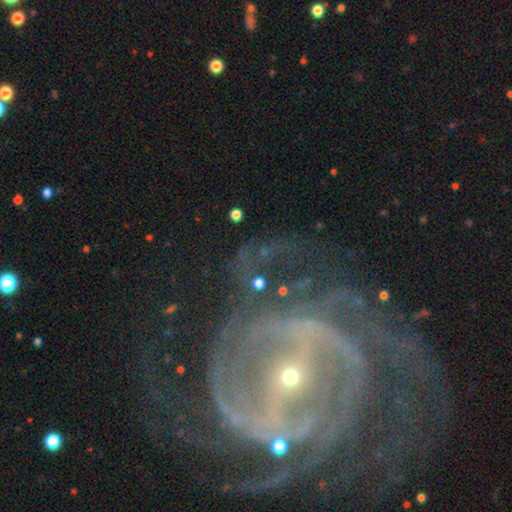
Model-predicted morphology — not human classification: Smooth or featured?
  - featured or disk: 88% *
  - star or artifact: 8%
  - smooth: 4%
Edge-on disk?
  - no: 96% *
  - yes: 4%
Bar?
  - strong: 59% *
  - weak: 24%
  - no: 17%
Spiral arms?
  - yes: 95% *
  - no: 5%
Spiral winding?
  - tight: 57% *
  - medium: 34%
  - loose: 10%
Spiral arm count?
  - 2: 30% *
  - can't tell: 23%
  - 3: 16%
  - 4: 13%
  - more than 4: 10%
  - 1: 8%
Bulge size?
  - small: 83% *
  - moderate: 14%
  - large: 1%
  - none: 1%
  - dominant: 1%
Merging?
  - none: 62% *
  - major disturbance: 18%
  - minor disturbance: 17%
  - merger: 3%